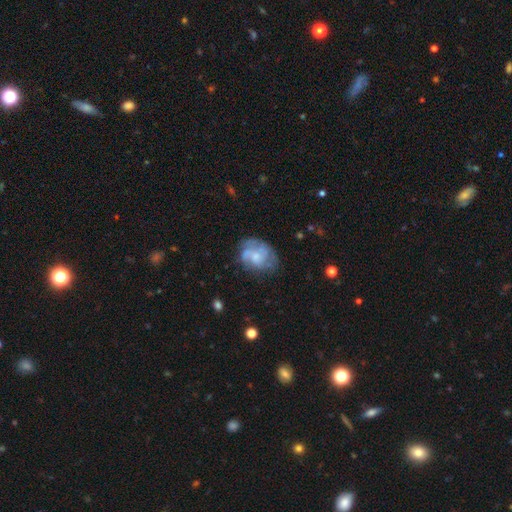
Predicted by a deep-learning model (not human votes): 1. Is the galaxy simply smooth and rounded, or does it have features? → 62% featured or disk, 30% smooth, 8% star or artifact.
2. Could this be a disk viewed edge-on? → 98% no, 2% yes.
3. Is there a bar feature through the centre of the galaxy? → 74% no, 23% weak, 3% strong.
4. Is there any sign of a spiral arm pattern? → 74% yes, 26% no.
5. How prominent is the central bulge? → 42% small, 35% moderate, 17% none, 5% large, 1% dominant.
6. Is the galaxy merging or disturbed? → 58% none, 23% minor disturbance, 16% major disturbance, 2% merger.